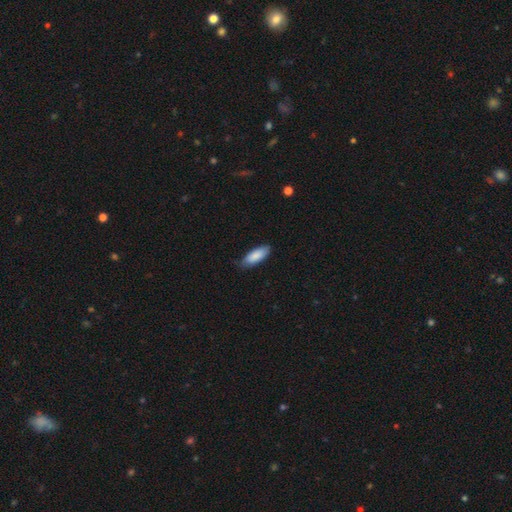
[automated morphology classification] A smooth galaxy with no disk features (87%) that is in between round and cigar-shaped (71%).

Vote fractions:
- Smooth or featured? smooth: 87% / featured or disk: 8% / star or artifact: 5%
- How rounded? in between: 71% / cigar-shaped: 28% / round: 2%
- Merging? none: 77% / minor disturbance: 19% / major disturbance: 3% / merger: 1%